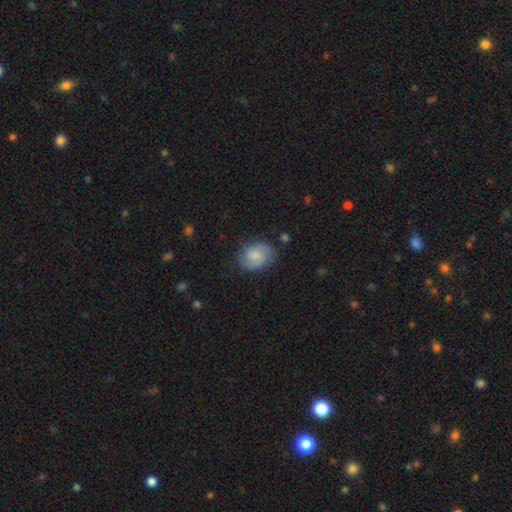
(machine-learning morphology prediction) A smooth galaxy with no disk features (61%) that is in between round and cigar-shaped (61%).

Vote fractions:
- Smooth or featured? smooth: 61% / featured or disk: 31% / star or artifact: 8%
- How rounded? in between: 61% / round: 38% / cigar-shaped: 1%
- Merging? none: 72% / minor disturbance: 20% / major disturbance: 6% / merger: 2%